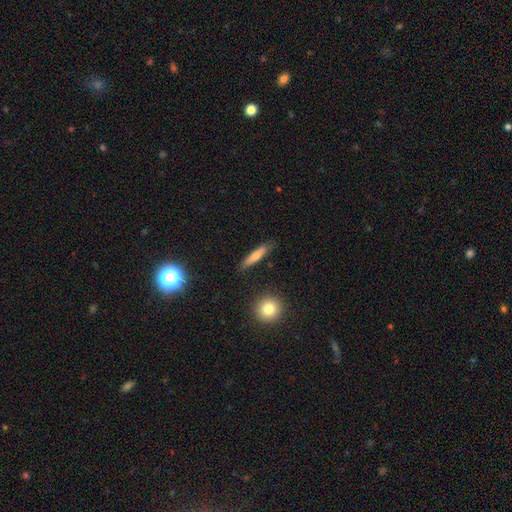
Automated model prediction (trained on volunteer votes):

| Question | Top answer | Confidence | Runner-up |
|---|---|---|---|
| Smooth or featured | smooth | 67% | featured or disk (25%) |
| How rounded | cigar-shaped | 83% | in between (14%) |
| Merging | none | 85% | minor disturbance (11%) |